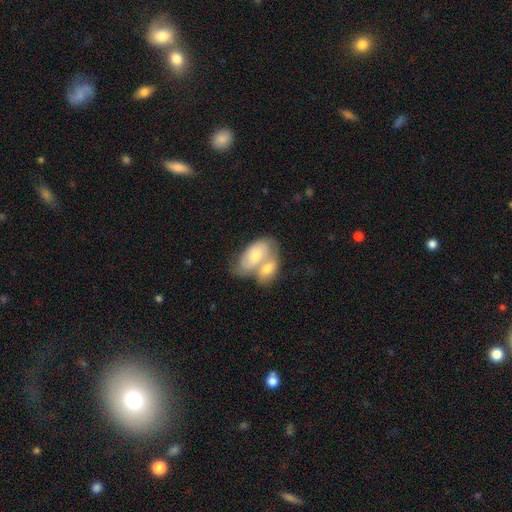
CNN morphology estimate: A smooth galaxy with no disk features (63%) that is in between round and cigar-shaped (92%). Merging: merger (75%).